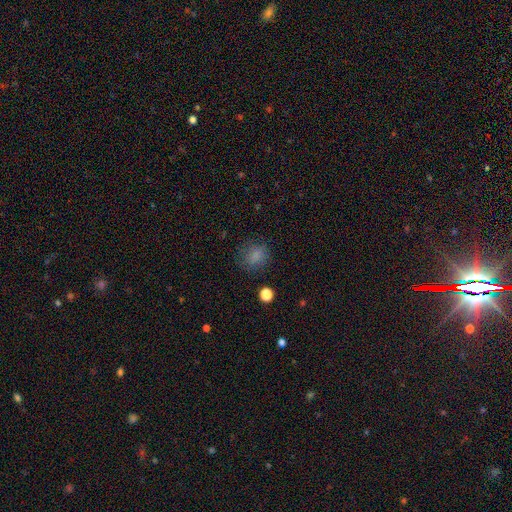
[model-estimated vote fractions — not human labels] The model was most divided on "how rounded": round: 68%, in between: 30%, cigar-shaped: 1%. More confident: smooth or featured — smooth (81%); merging — none (79%).